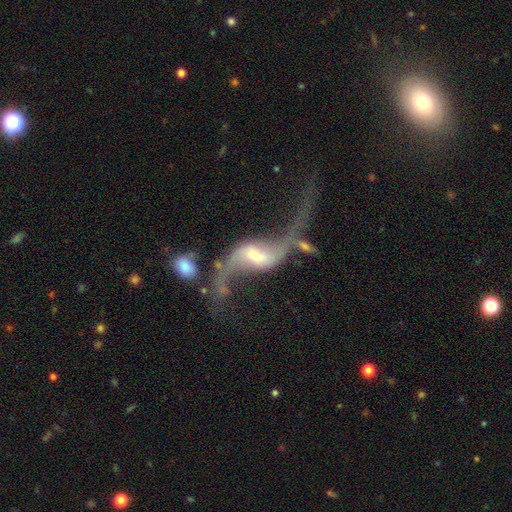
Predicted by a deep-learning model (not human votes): This appears to be a featured or disk galaxy (85%) with a weak bar (43%), 2 (92%) loose (93%) spiral arms (93%) and a moderate central bulge (44%). Merging: none (36%).